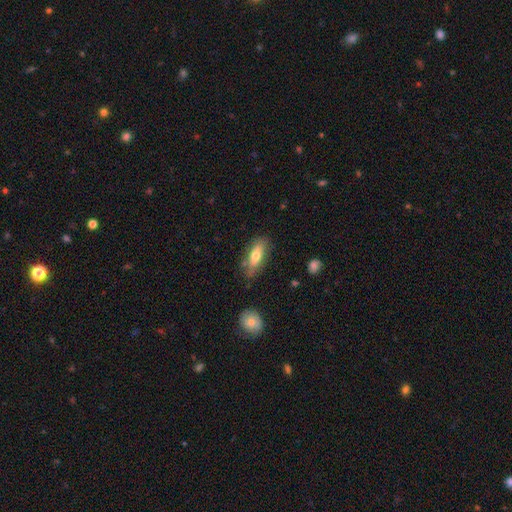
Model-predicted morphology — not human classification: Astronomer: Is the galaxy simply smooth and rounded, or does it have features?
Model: smooth — 66%.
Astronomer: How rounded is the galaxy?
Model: in between — 68%.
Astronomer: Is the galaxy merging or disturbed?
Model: none — 71%.